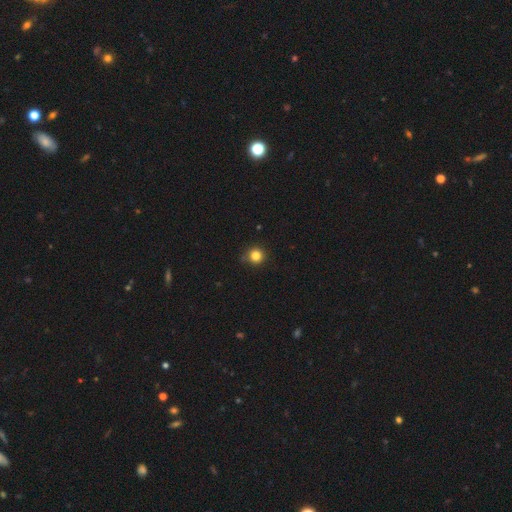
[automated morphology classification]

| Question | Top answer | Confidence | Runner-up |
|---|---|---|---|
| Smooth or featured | smooth | 83% | star or artifact (13%) |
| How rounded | round | 94% | in between (5%) |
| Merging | none | 86% | minor disturbance (10%) |